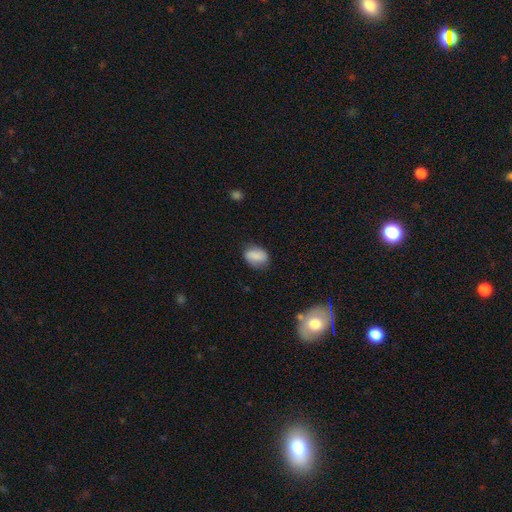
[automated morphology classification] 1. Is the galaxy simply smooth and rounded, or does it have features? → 71% smooth, 20% featured or disk, 8% star or artifact.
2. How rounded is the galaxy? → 77% in between, 22% round, 2% cigar-shaped.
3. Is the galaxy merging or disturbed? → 69% none, 23% minor disturbance, 6% major disturbance, 2% merger.